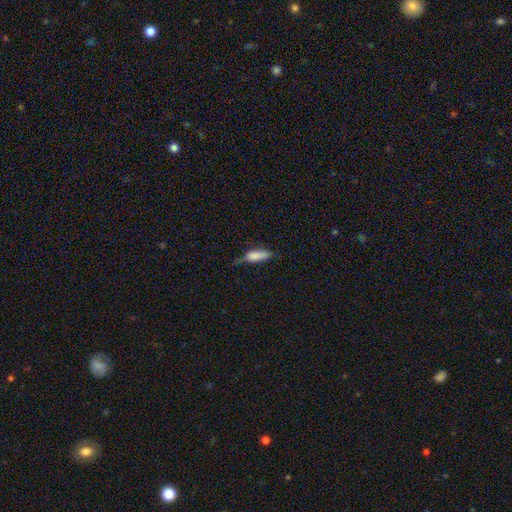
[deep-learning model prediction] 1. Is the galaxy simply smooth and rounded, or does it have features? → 75% smooth, 17% featured or disk, 8% star or artifact.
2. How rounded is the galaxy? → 62% in between, 35% cigar-shaped, 3% round.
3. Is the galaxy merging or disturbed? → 40% none, 39% minor disturbance, 18% major disturbance, 3% merger.